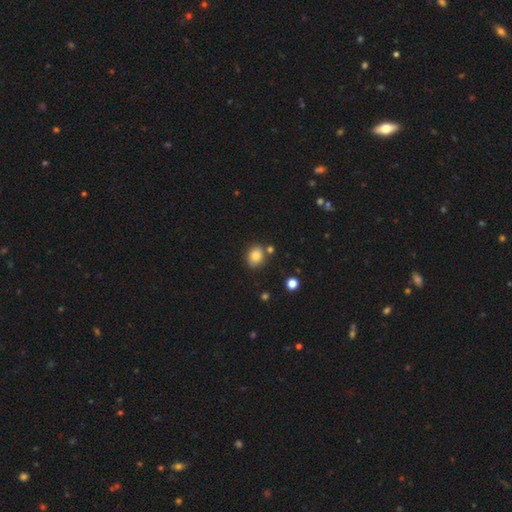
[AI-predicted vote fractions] smooth_or_featured: smooth (p=0.81) [alt: star or artifact p=0.10]
how_rounded: round (p=0.53) [alt: in between p=0.46]
merging: none (p=0.78) [alt: minor disturbance p=0.11]